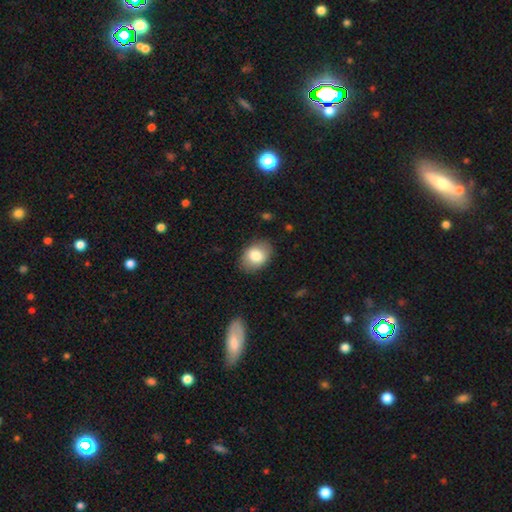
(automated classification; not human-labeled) This appears to be a smooth galaxy with no disk features (80%) that is in between round and cigar-shaped (75%). Merging: none (84%).